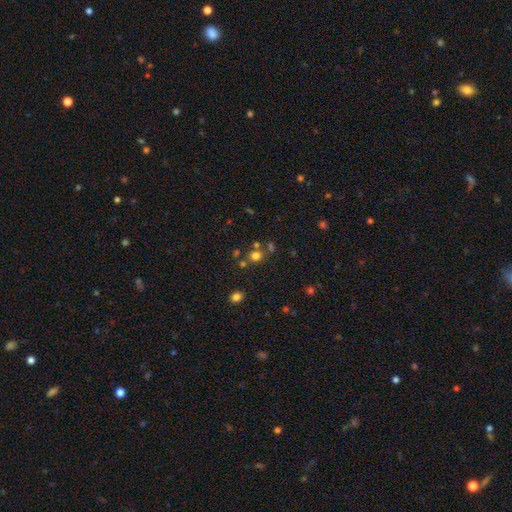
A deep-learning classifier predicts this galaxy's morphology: Q: Smooth or featured?
A: smooth (70%); runner-up: star or artifact (21%)
Q: How rounded?
A: round (81%); runner-up: in between (18%)
Q: Merging?
A: none (66%); runner-up: merger (21%)